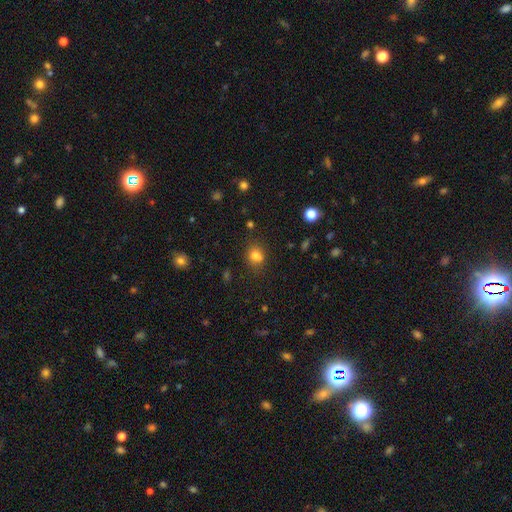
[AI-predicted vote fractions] Smooth or featured?
  - smooth: 78% *
  - star or artifact: 14%
  - featured or disk: 8%
How rounded?
  - round: 67% *
  - in between: 32%
  - cigar-shaped: 1%
Merging?
  - none: 66% *
  - minor disturbance: 16%
  - merger: 12%
  - major disturbance: 5%